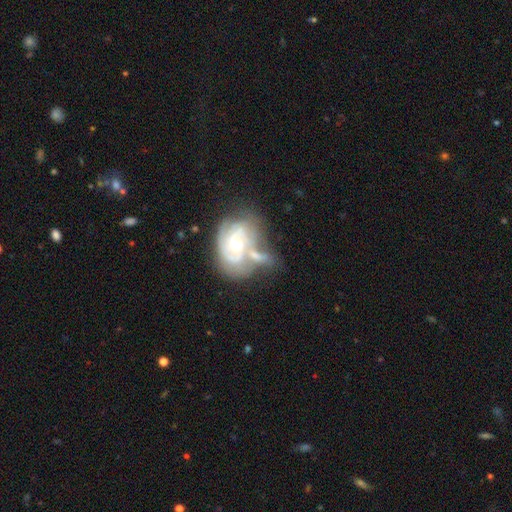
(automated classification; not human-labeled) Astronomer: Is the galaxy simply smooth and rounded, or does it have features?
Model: featured or disk — 78%.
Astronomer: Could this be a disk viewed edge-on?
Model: no — 96%.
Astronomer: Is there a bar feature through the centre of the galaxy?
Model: no — 61%.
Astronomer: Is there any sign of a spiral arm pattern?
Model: yes — 86%.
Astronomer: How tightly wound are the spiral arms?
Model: tight — 56% (runner-up: medium, 33%).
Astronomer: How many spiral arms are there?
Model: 2 — 42% (runner-up: can't tell, 31%).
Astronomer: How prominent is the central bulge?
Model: moderate — 68%.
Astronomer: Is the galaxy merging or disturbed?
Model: merger — 42% (runner-up: none, 28%).